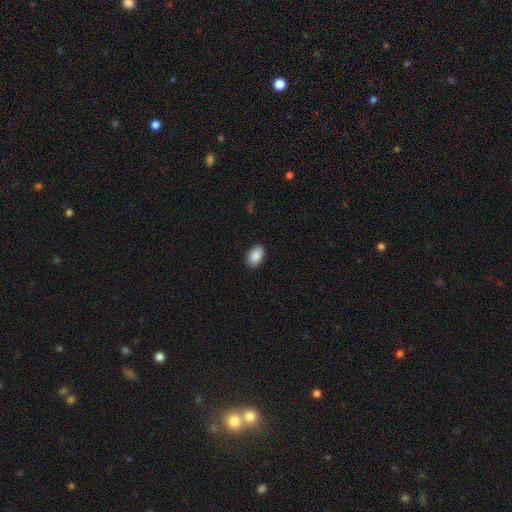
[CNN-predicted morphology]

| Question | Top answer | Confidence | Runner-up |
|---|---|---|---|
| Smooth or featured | smooth | 89% | star or artifact (7%) |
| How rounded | in between | 91% | round (8%) |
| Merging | none | 89% | minor disturbance (8%) |